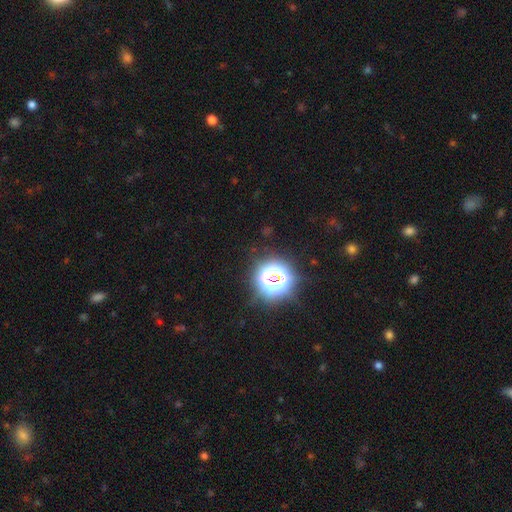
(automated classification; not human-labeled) The model was most divided on "smooth or featured": star or artifact: 83%, smooth: 11%, featured or disk: 6%.